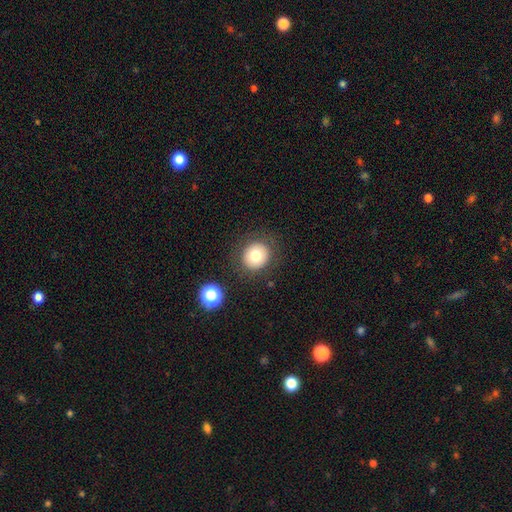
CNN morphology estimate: This is likely a smooth galaxy (75%). How rounded: clearly round (88%). Merging: clearly none (85%).